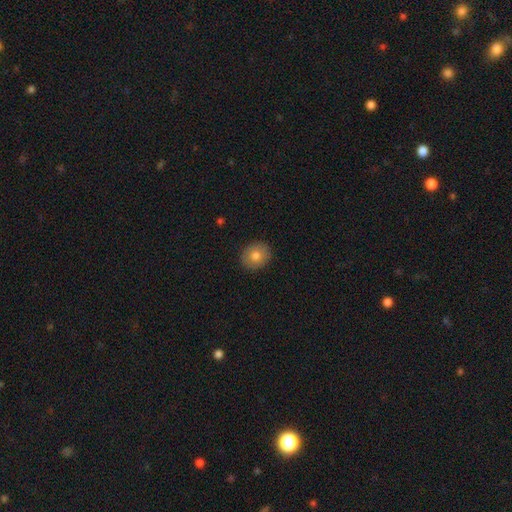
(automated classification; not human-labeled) This is likely a smooth galaxy (78%). How rounded: likely round (69%). Merging: clearly none (90%).